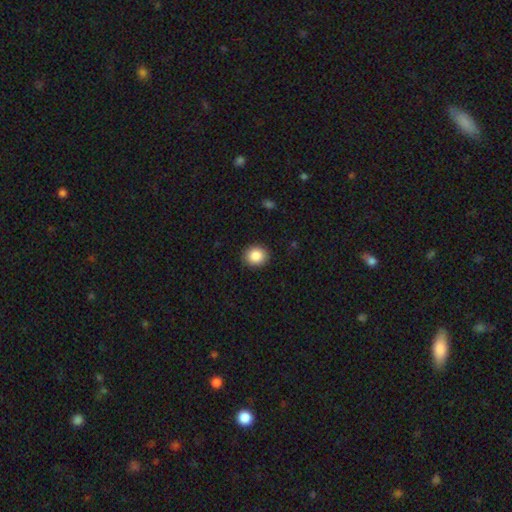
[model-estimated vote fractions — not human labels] Smooth or featured?
  - smooth: 87% *
  - star or artifact: 9%
  - featured or disk: 4%
How rounded?
  - round: 75% *
  - in between: 24%
  - cigar-shaped: 1%
Merging?
  - none: 91% *
  - minor disturbance: 7%
  - major disturbance: 2%
  - merger: 1%